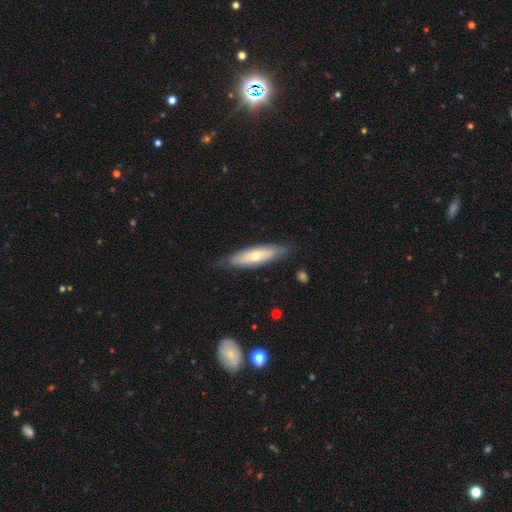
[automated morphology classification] Overall: smooth (50%; featured or disk 45%). Merging: none (80%).